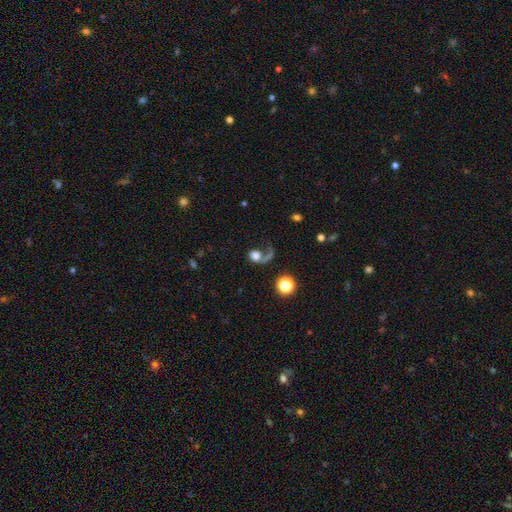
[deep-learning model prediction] Smooth or featured: smooth — 54% (featured or disk — 32%)
How rounded: round — 65% (in between — 33%)
Merging: major disturbance — 39% (none — 31%)